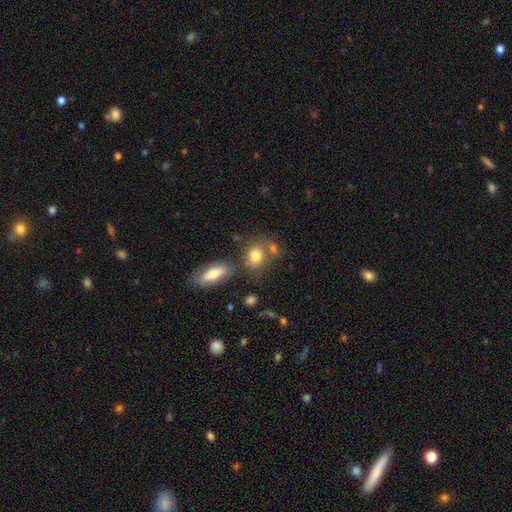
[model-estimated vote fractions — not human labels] smooth_or_featured: smooth (p=0.79) [alt: featured or disk p=0.11]
how_rounded: in between (p=0.56) [alt: round p=0.41]
merging: none (p=0.55) [alt: merger p=0.24]